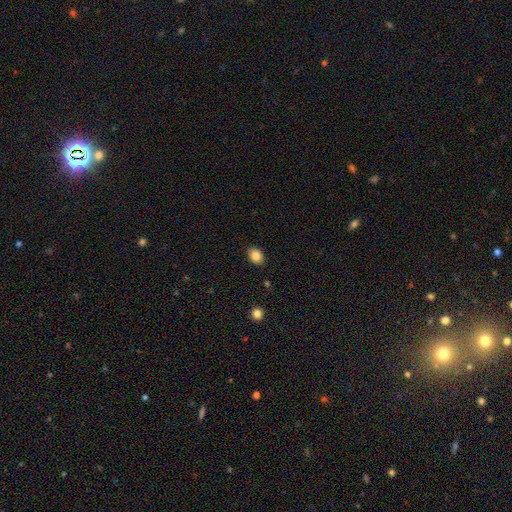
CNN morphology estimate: A smooth galaxy with no disk features (86%) that is in between round and cigar-shaped (72%). Merging: none (86%).